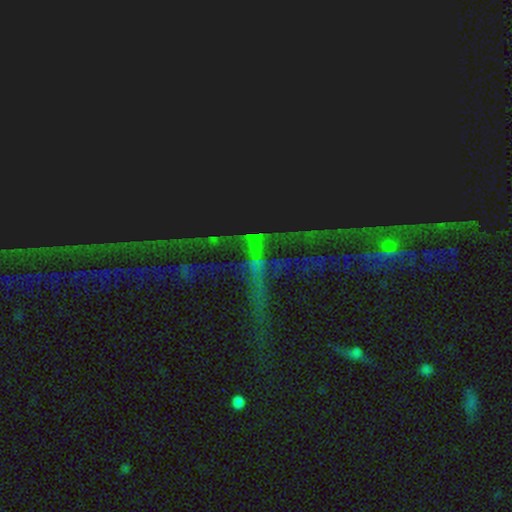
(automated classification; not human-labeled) A star or artifact, not a galaxy (80%).